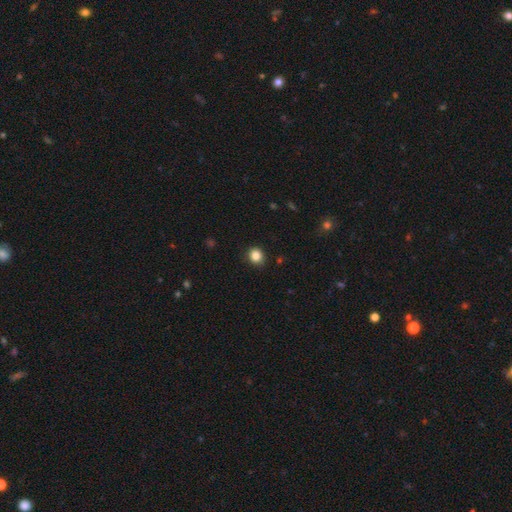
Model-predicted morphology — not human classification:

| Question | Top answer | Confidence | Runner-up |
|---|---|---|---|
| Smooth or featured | smooth | 86% | star or artifact (11%) |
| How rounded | round | 79% | in between (20%) |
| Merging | none | 89% | minor disturbance (8%) |